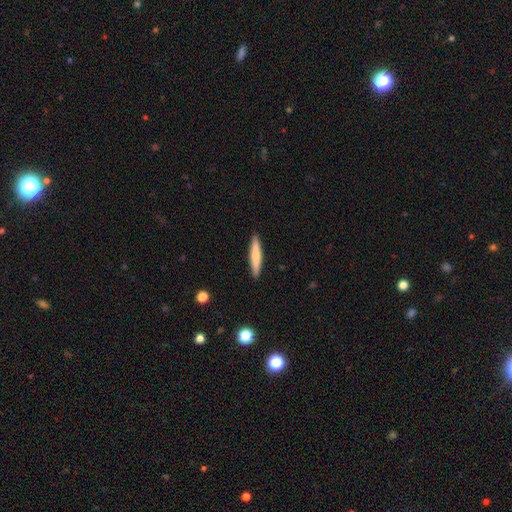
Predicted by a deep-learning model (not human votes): Morphology: type=smooth (69%); roundness=cigar-shaped (91%); merging=none (91%).